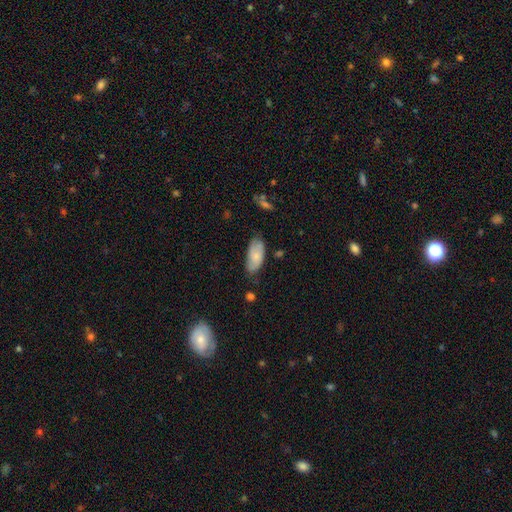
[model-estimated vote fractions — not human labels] A smooth galaxy with no disk features (75%) that is in between round and cigar-shaped (92%).

Vote fractions:
- Smooth or featured? smooth: 75% / featured or disk: 18% / star or artifact: 6%
- How rounded? in between: 92% / cigar-shaped: 6% / round: 2%
- Merging? none: 57% / minor disturbance: 33% / major disturbance: 7% / merger: 2%